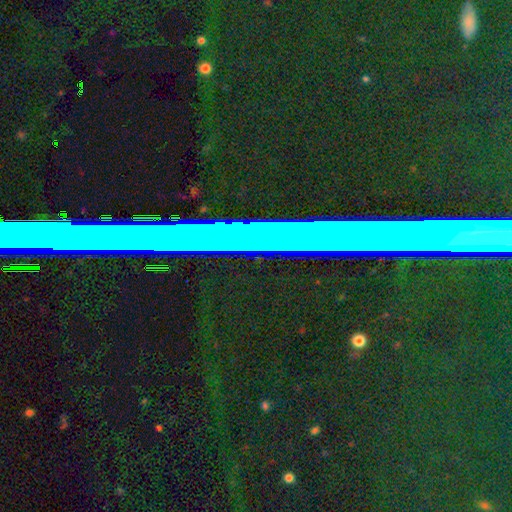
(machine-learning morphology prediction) This appears to be a star or artifact, not a galaxy (81%).